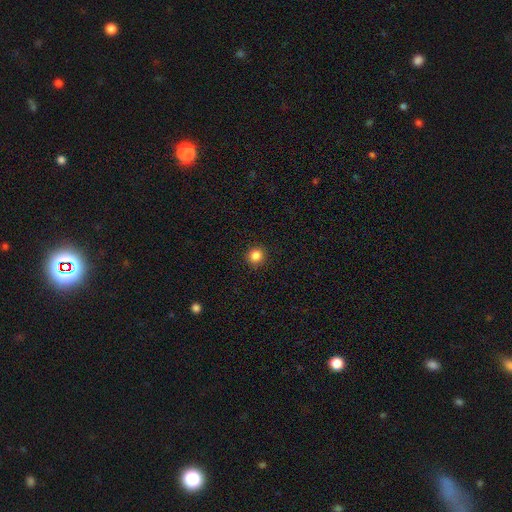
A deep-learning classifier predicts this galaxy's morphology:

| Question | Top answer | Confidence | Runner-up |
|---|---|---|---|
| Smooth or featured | smooth | 85% | star or artifact (11%) |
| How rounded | round | 93% | in between (6%) |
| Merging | none | 92% | minor disturbance (5%) |